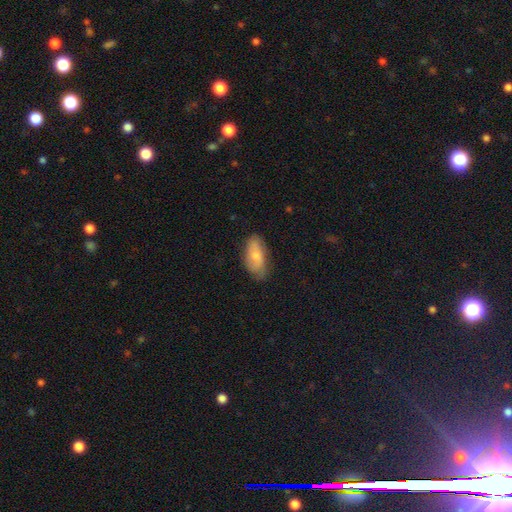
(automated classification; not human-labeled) Morphology: type=smooth (68%); roundness=in between (91%); merging=none (72%).